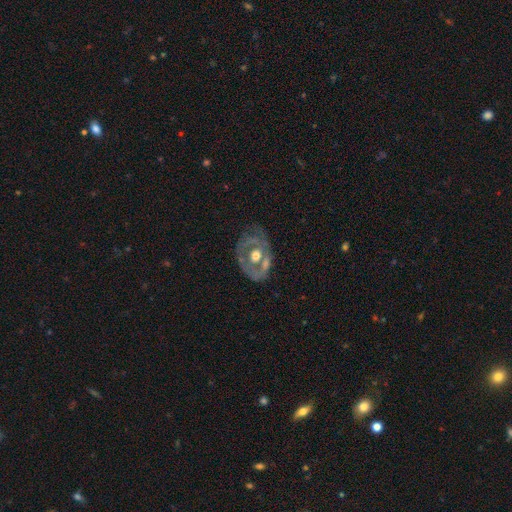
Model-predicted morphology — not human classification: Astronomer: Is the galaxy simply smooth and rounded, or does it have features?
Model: featured or disk — 67%.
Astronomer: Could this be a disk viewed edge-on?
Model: no — 94%.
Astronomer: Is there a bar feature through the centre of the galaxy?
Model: no — 80%.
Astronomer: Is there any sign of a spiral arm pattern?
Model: no — 67%.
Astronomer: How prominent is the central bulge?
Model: moderate — 67%.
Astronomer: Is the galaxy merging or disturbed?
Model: none — 50% (runner-up: minor disturbance, 26%).